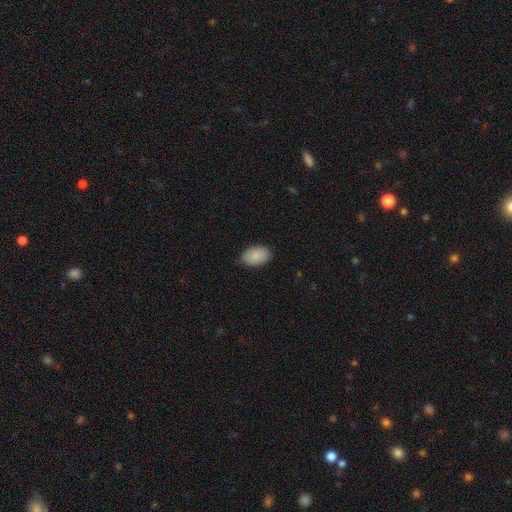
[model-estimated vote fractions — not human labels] Overall: smooth (86%). How rounded: in between (88%). Merging: none (87%).